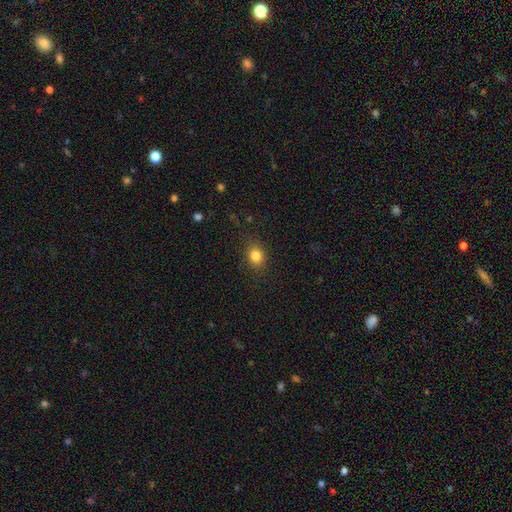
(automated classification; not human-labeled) This is clearly a smooth galaxy (83%). How rounded: possibly round (53%). Merging: clearly none (83%).